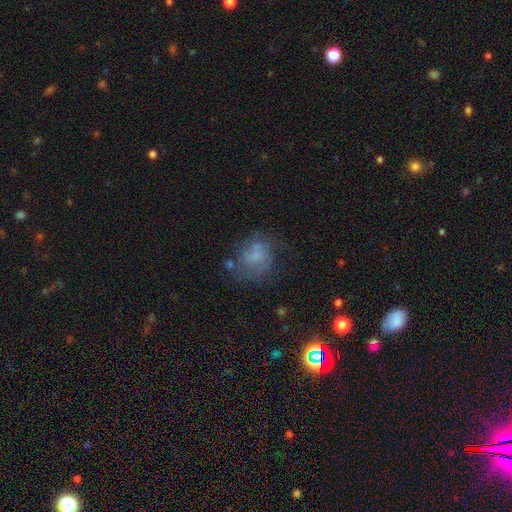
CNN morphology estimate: Smooth or featured? Predicted: smooth (p=0.49). Merging? Predicted: none (p=0.49).